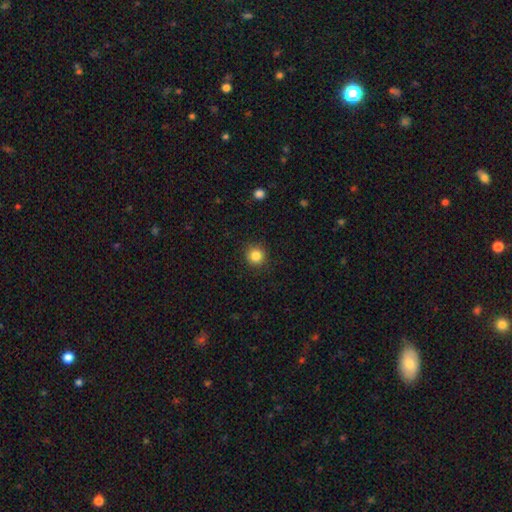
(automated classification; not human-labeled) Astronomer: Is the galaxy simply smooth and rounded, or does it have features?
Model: smooth — 85%.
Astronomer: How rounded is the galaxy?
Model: round — 94%.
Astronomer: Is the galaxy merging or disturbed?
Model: none — 91%.